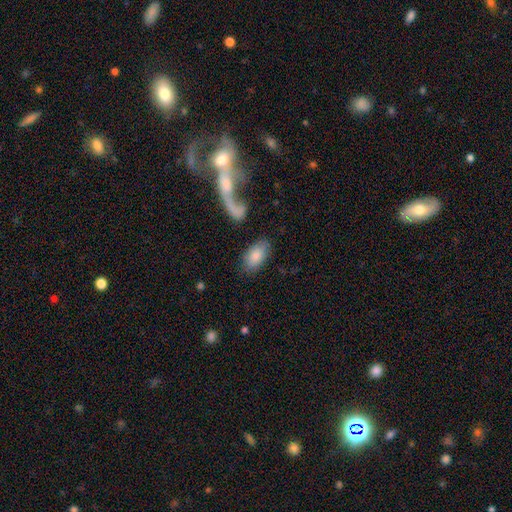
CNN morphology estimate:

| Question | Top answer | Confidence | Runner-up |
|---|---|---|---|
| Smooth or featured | smooth | 81% | featured or disk (13%) |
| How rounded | in between | 94% | round (4%) |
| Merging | none | 75% | minor disturbance (13%) |